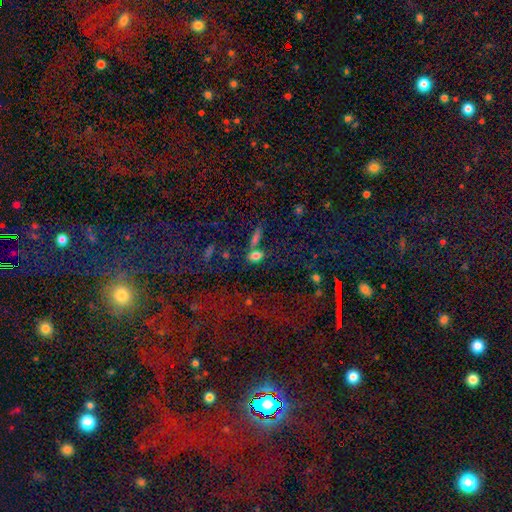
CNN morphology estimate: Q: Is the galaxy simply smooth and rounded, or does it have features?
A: smooth — 74%.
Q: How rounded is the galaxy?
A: in between — 69%.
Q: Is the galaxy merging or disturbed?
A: none — 62%.